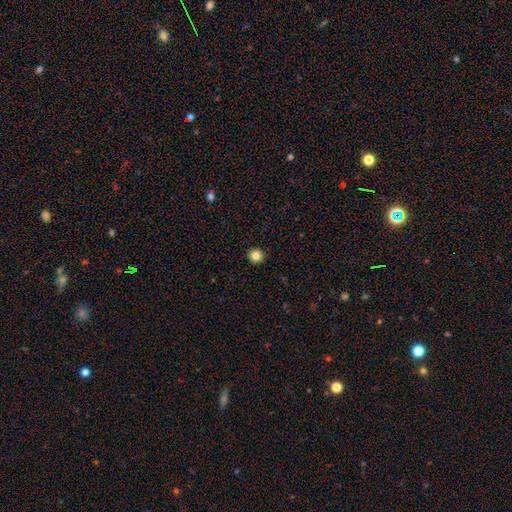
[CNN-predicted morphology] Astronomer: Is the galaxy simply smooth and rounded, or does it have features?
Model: smooth — 84%.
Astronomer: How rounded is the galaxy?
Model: round — 95%.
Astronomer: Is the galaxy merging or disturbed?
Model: none — 93%.